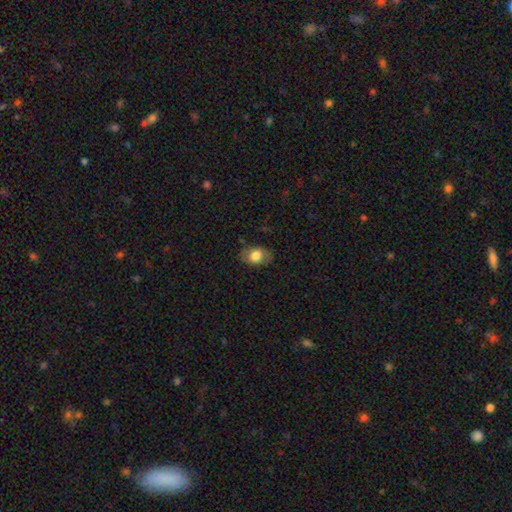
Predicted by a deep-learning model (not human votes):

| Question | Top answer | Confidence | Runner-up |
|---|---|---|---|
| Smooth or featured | smooth | 74% | featured or disk (19%) |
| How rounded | in between | 83% | round (16%) |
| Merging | none | 80% | minor disturbance (15%) |